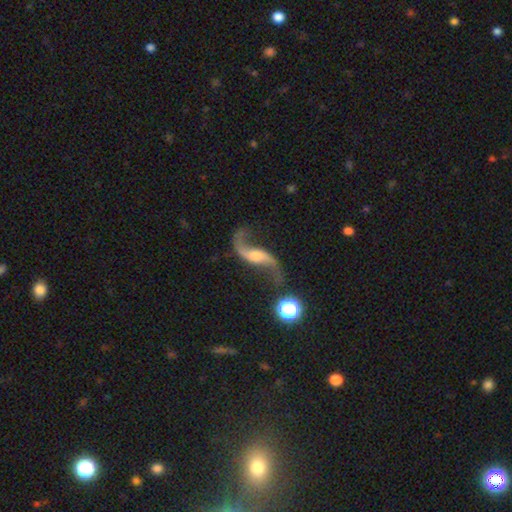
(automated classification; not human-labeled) This is clearly a featured or disk galaxy (89%). It is clearly not viewed edge-on (94%). Bar: possibly no (47%). Spiral arm pattern: clearly yes (96%). Spiral arm count: clearly 2 (94%). Spiral winding: clearly loose (93%). Central bulge: marginally moderate (43%). Merging: likely none (73%).